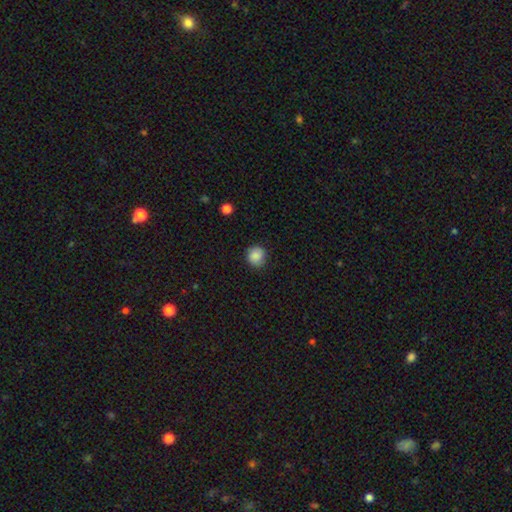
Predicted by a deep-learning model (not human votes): A smooth galaxy with no disk features (86%) that is round (88%).

Vote fractions:
- Smooth or featured? smooth: 86% / star or artifact: 9% / featured or disk: 5%
- How rounded? round: 88% / in between: 11% / cigar-shaped: 1%
- Merging? none: 84% / minor disturbance: 12% / major disturbance: 3% / merger: 1%